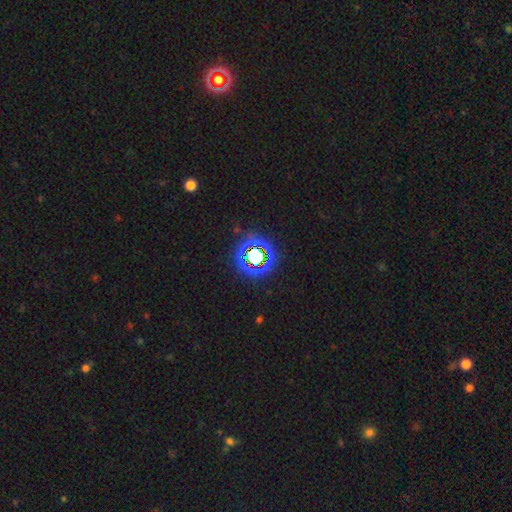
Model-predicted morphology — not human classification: Smooth or featured? star or artifact (71%)